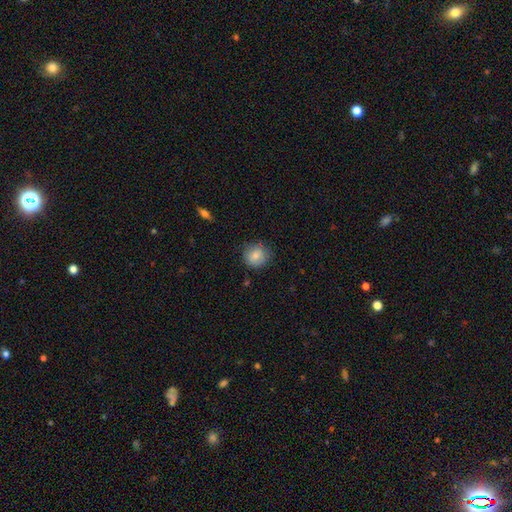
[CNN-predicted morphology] Smooth or featured? Predicted: smooth (p=0.81). How rounded? Predicted: round (p=0.83). Merging? Predicted: none (p=0.77).